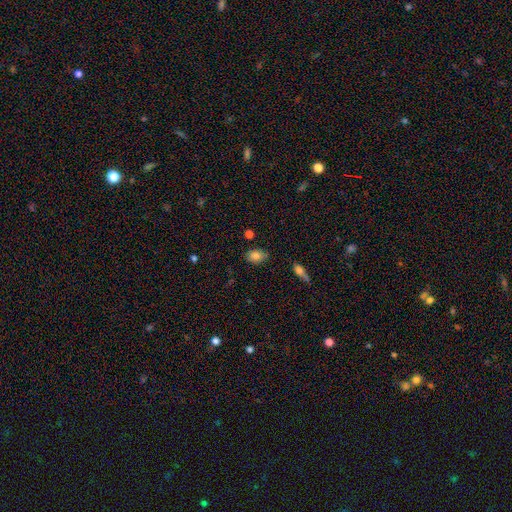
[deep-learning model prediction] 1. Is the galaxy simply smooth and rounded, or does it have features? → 81% smooth, 10% featured or disk, 9% star or artifact.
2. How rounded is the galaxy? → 82% in between, 16% round, 2% cigar-shaped.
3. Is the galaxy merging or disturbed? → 81% none, 14% minor disturbance, 3% major disturbance, 2% merger.